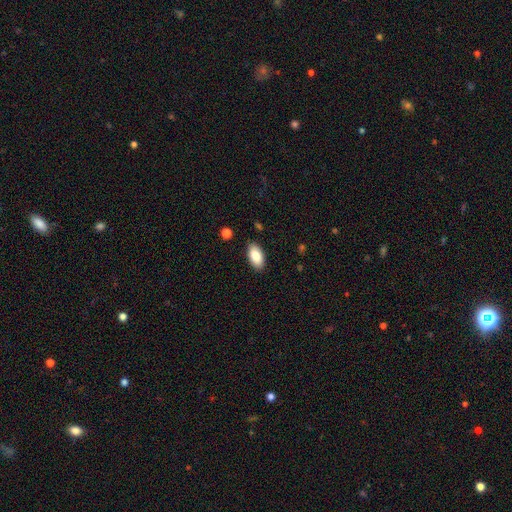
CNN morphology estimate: The model was most divided on "merging": none: 87%, minor disturbance: 10%, major disturbance: 2%, merger: 1%. More confident: how rounded — in between (94%); smooth or featured — smooth (87%).